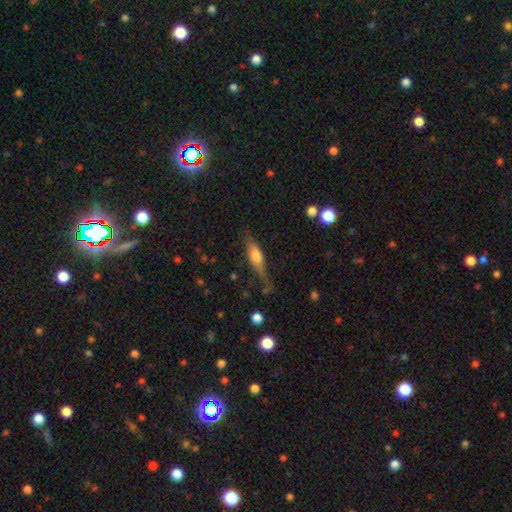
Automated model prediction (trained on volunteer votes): Q: Smooth or featured?
A: featured or disk (50%); runner-up: smooth (43%)
Q: Edge-on disk?
A: yes (89%); runner-up: no (11%)
Q: Merging?
A: none (60%); runner-up: minor disturbance (26%)